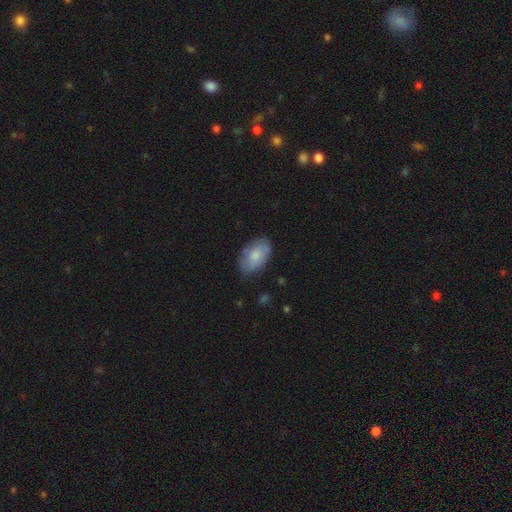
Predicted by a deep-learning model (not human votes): Smooth or featured? smooth (74%)
How rounded? in between (92%)
Merging? none (75%)